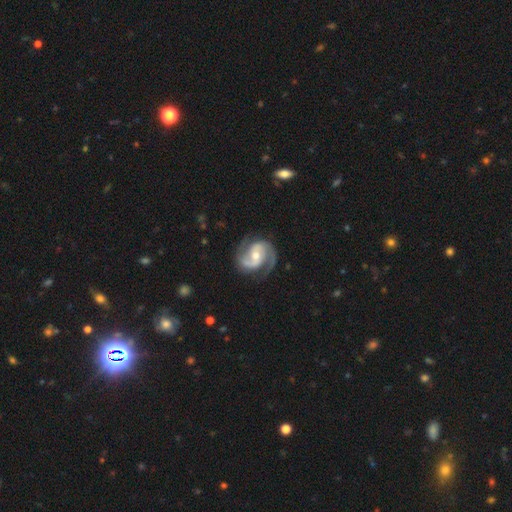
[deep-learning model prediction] The model was most divided on "bar": no: 42%, weak: 38%, strong: 20%. More confident: edge-on disk — no (98%); spiral arms — yes (98%); spiral arm count — 2 (92%); smooth or featured — featured or disk (91%); merging — none (80%); spiral winding — medium (56%); bulge size — moderate (55%).